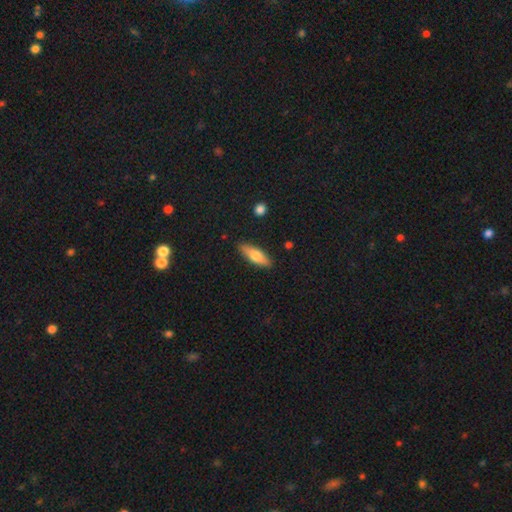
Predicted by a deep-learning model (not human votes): Smooth or featured: smooth — 65% (featured or disk — 29%)
How rounded: in between — 53% (cigar-shaped — 45%)
Merging: none — 86% (minor disturbance — 10%)